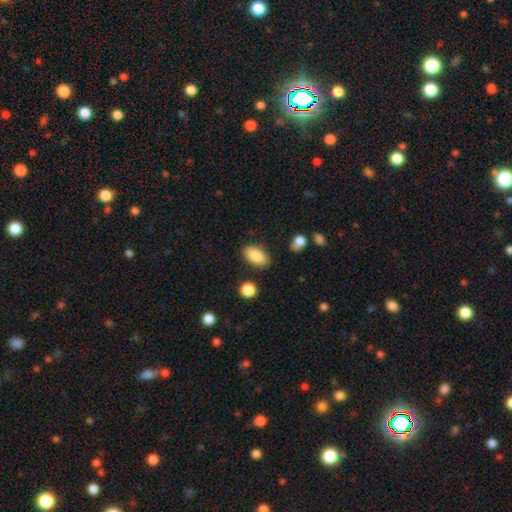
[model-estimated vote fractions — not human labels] A smooth galaxy with no disk features (86%) that is in between round and cigar-shaped (92%).

Vote fractions:
- Smooth or featured? smooth: 86% / star or artifact: 7% / featured or disk: 7%
- How rounded? in between: 92% / round: 5% / cigar-shaped: 3%
- Merging? none: 83% / minor disturbance: 11% / major disturbance: 3% / merger: 2%